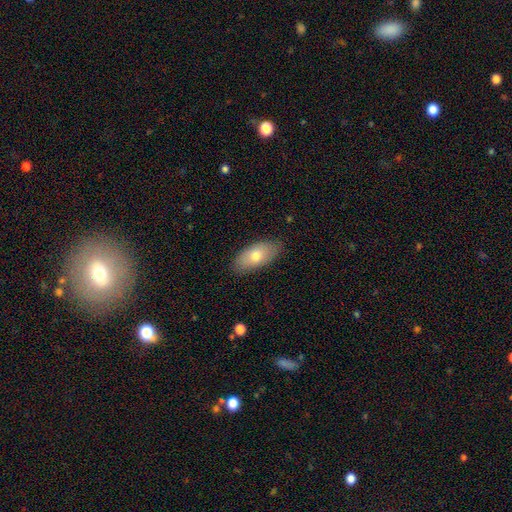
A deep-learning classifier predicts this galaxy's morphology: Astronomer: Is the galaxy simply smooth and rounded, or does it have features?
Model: smooth — 71%.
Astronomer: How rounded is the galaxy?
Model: in between — 91%.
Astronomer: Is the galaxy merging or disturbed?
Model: none — 85%.